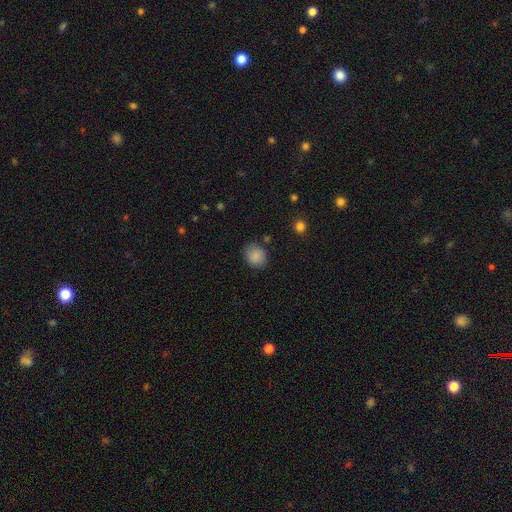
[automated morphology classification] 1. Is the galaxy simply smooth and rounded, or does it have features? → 86% smooth, 9% star or artifact, 5% featured or disk.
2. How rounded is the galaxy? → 61% round, 38% in between, 1% cigar-shaped.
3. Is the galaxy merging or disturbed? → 80% none, 15% minor disturbance, 4% major disturbance, 2% merger.